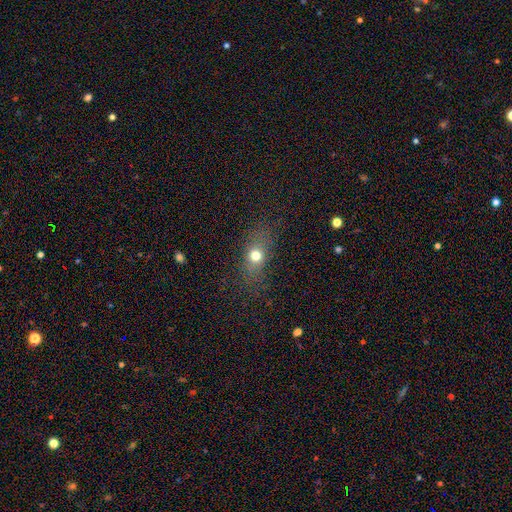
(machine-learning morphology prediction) The model was most divided on "how rounded": in between: 52%, round: 40%, cigar-shaped: 8%. More confident: merging — none (77%); smooth or featured — smooth (69%).